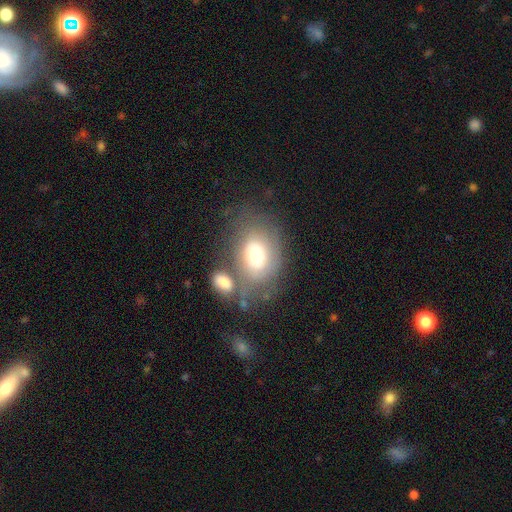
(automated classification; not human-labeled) smooth 59%, featured or disk 32%, star or artifact 9%. Down the decision tree: how rounded — in between (74%); merging — none (46%).